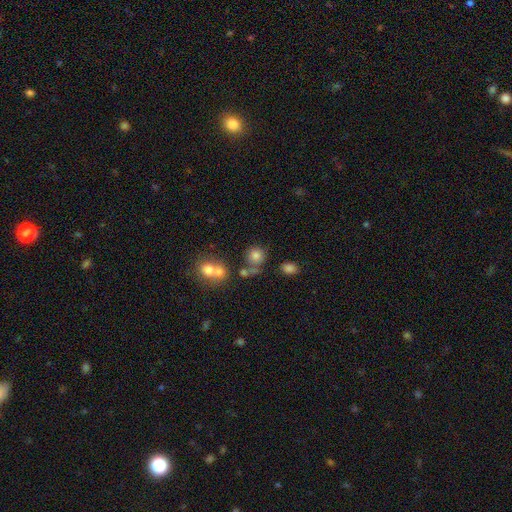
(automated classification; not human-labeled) Morphology: type=smooth (77%); roundness=round (85%); merging=none (61%).